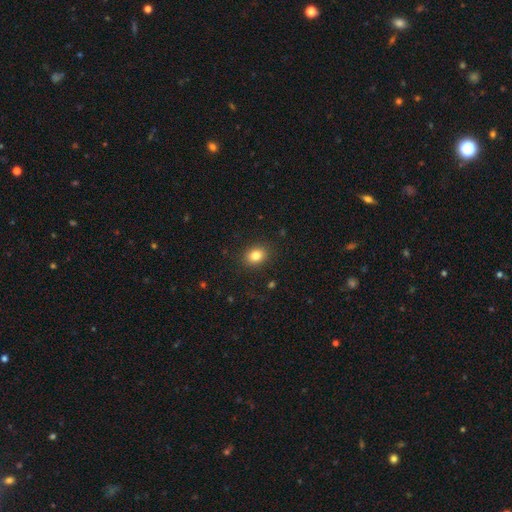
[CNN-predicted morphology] Q: Smooth or featured?
A: smooth (83%); runner-up: star or artifact (10%)
Q: How rounded?
A: in between (60%); runner-up: round (39%)
Q: Merging?
A: none (88%); runner-up: minor disturbance (9%)